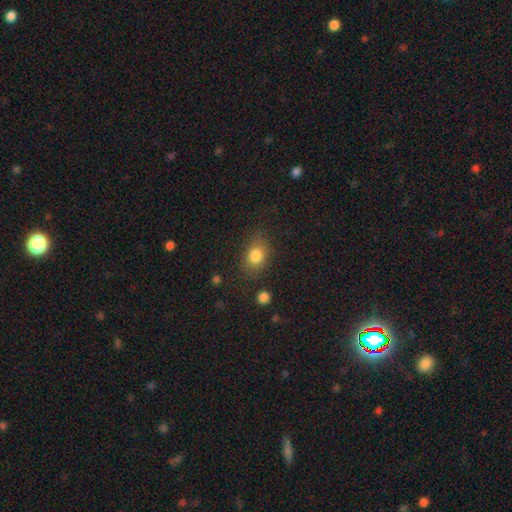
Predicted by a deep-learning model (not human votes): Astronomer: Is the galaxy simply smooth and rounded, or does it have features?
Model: smooth — 81%.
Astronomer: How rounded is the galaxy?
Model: in between — 67%.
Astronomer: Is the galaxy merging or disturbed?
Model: none — 77%.